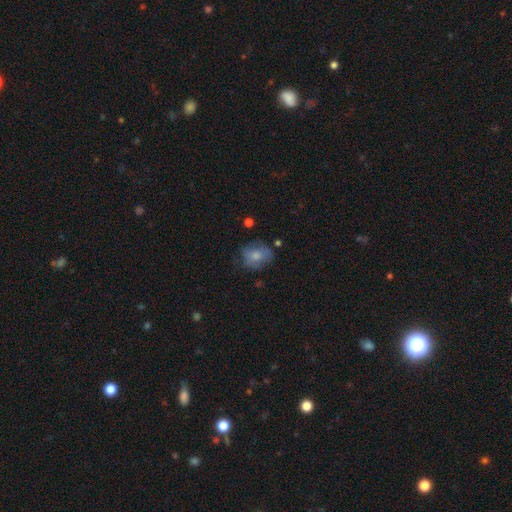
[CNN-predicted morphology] This appears to be a smooth galaxy with no disk features (69%) that is round (51%). Merging: none (55%).